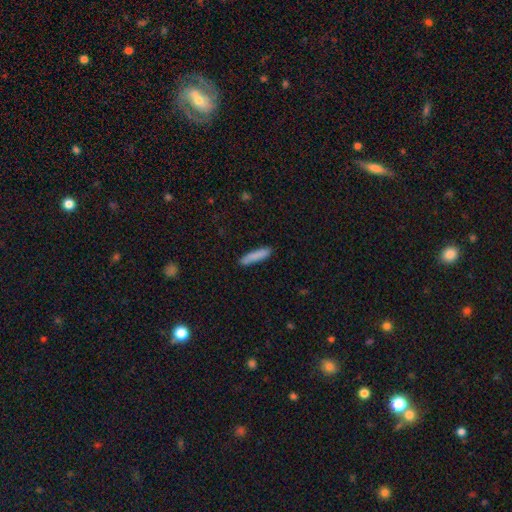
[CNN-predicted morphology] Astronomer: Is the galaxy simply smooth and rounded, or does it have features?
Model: smooth — 85%.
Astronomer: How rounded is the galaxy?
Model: cigar-shaped — 87%.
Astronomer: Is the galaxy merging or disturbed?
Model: none — 87%.